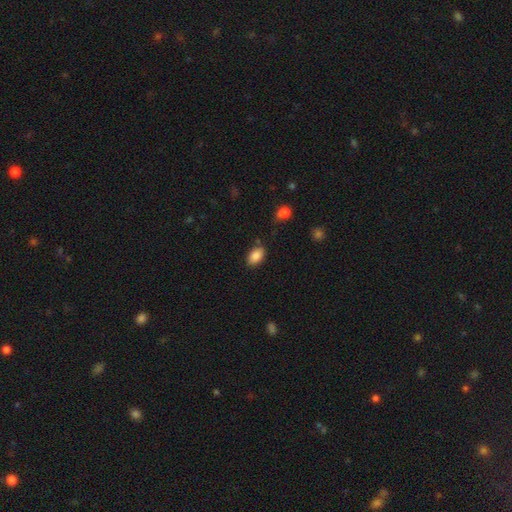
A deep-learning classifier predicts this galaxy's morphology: smooth-or-featured: smooth: 86% | star or artifact: 8% | featured or disk: 6%
  how-rounded: in between: 90% | round: 8% | cigar-shaped: 2%
  merging: none: 80% | minor disturbance: 14% | major disturbance: 3% | merger: 3%